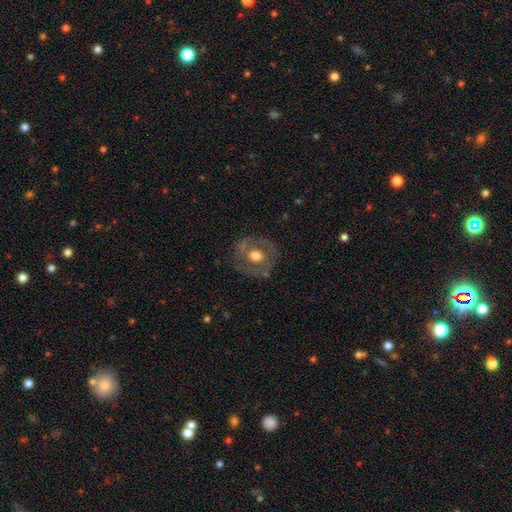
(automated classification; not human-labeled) Q: Smooth or featured?
A: featured or disk (56%); runner-up: smooth (37%)
Q: Edge-on disk?
A: no (95%); runner-up: yes (5%)
Q: Bar?
A: no (78%); runner-up: weak (17%)
Q: Spiral arms?
A: no (67%); runner-up: yes (33%)
Q: Bulge size?
A: moderate (58%); runner-up: large (33%)
Q: Merging?
A: none (74%); runner-up: minor disturbance (16%)